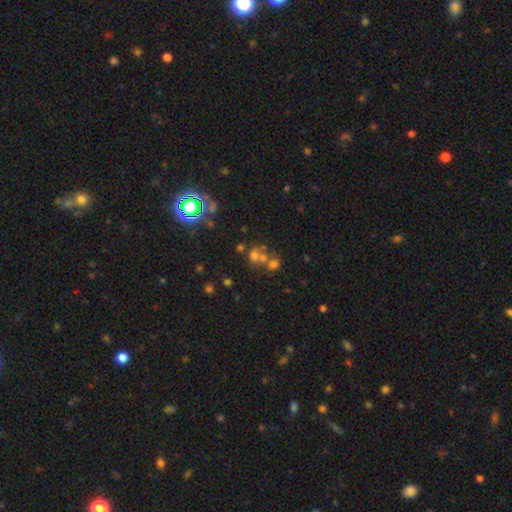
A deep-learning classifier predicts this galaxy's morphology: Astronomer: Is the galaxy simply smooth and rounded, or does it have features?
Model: smooth — 43% (runner-up: star or artifact, 41%).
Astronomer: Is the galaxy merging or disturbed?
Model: none — 47% (runner-up: merger, 42%).